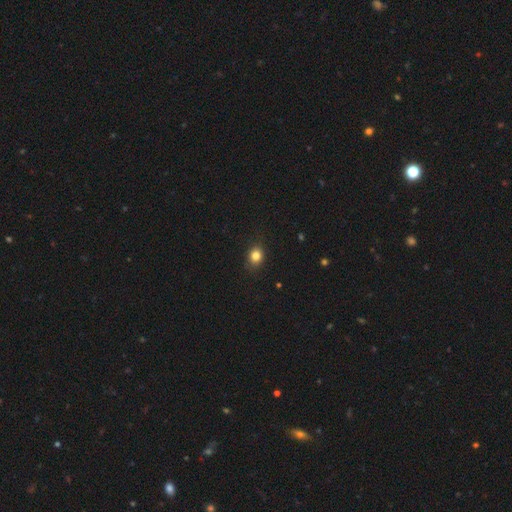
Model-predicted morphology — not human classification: This is clearly a smooth galaxy (83%). How rounded: possibly round (59%). Merging: clearly none (82%).